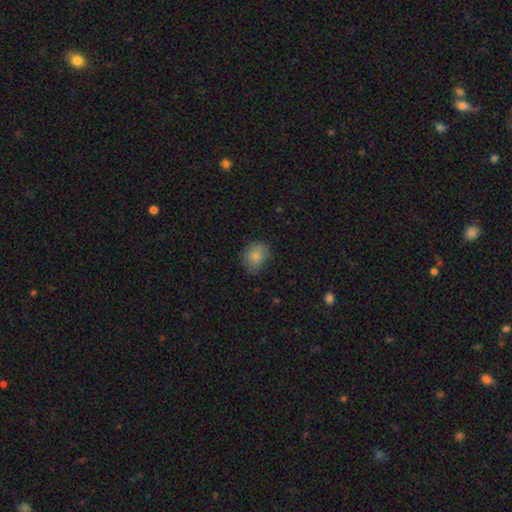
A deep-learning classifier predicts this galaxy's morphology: This is clearly a smooth galaxy (81%). How rounded: likely round (61%). Merging: likely none (70%).